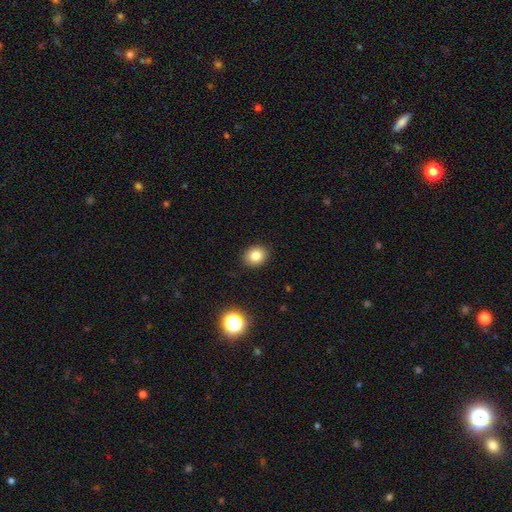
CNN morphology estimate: This is clearly a smooth galaxy (81%). How rounded: likely round (60%). Merging: clearly none (90%).